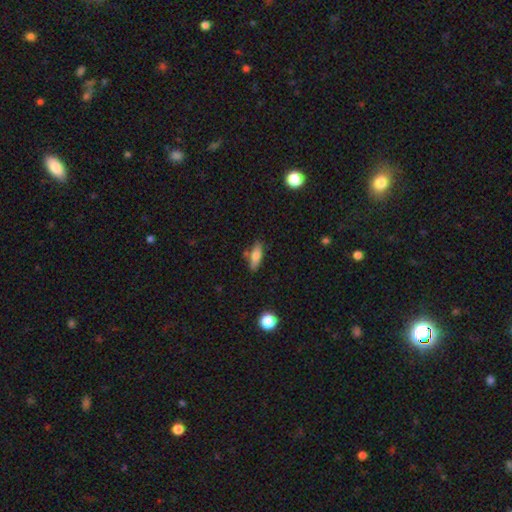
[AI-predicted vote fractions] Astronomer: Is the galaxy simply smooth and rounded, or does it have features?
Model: smooth — 72%.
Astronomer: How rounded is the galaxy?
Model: in between — 57% (runner-up: cigar-shaped, 39%).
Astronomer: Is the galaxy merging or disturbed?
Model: none — 74%.